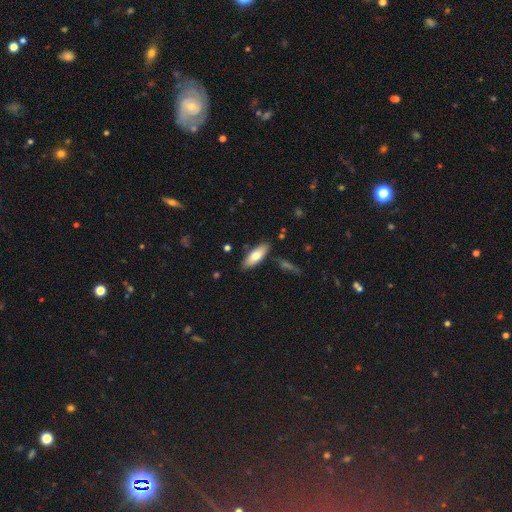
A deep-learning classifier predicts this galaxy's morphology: Smooth or featured?
  - smooth: 74% *
  - featured or disk: 20%
  - star or artifact: 6%
How rounded?
  - in between: 72% *
  - cigar-shaped: 27%
  - round: 2%
Merging?
  - none: 83% *
  - minor disturbance: 11%
  - merger: 3%
  - major disturbance: 2%